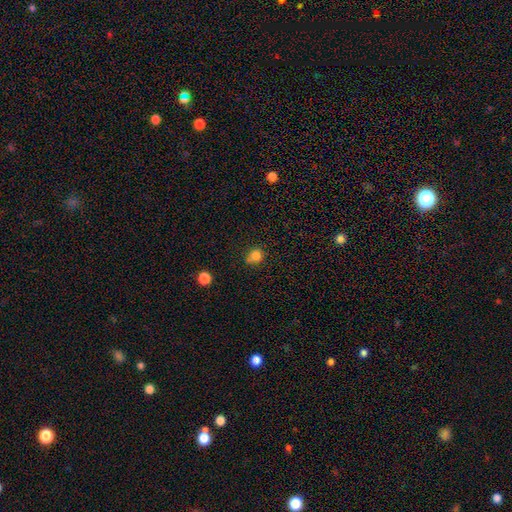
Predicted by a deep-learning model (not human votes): Smooth or featured? smooth (81%)
How rounded? round (77%)
Merging? none (61%)